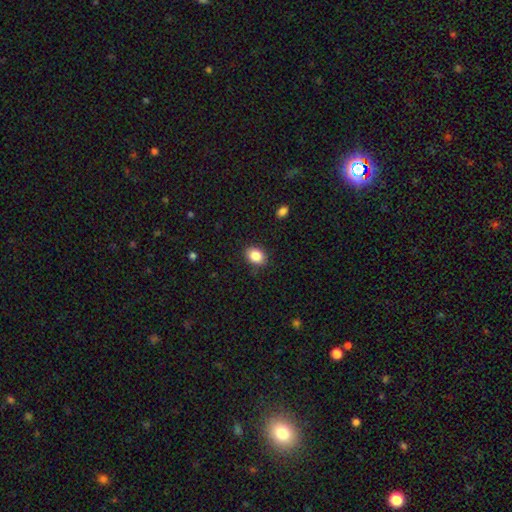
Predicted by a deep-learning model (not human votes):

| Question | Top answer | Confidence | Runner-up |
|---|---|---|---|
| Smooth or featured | smooth | 86% | star or artifact (9%) |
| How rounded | in between | 61% | round (38%) |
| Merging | none | 87% | minor disturbance (10%) |